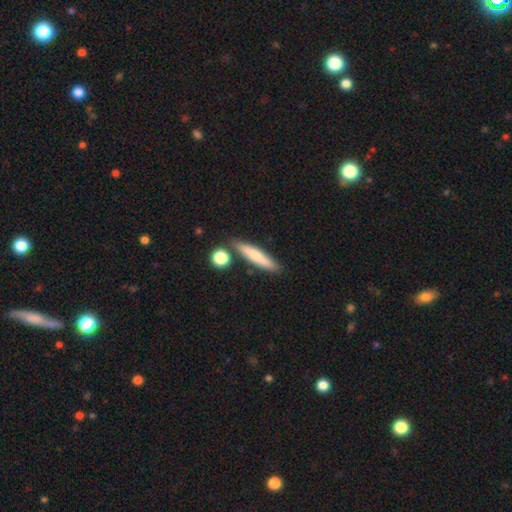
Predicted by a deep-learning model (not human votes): Overall: smooth (72%). How rounded: cigar-shaped (87%). Merging: none (79%).